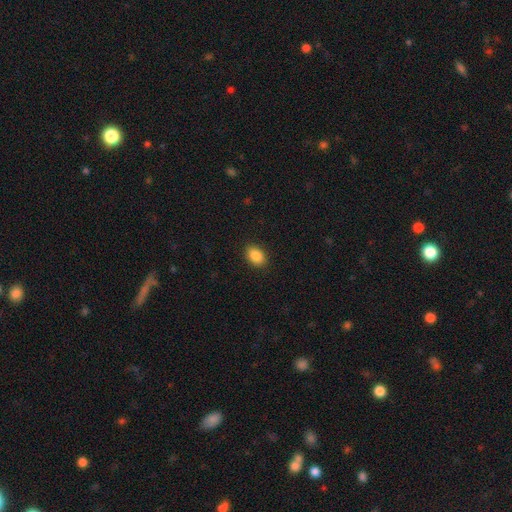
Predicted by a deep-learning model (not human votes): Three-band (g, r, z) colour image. It shows a smooth galaxy with no disk features (87%) that is in between round and cigar-shaped (82%). Merging: none (90%).